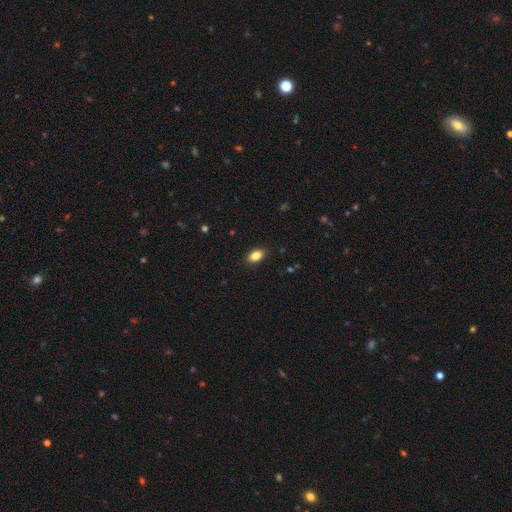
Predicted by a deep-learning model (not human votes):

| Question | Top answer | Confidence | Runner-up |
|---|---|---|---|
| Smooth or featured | smooth | 86% | star or artifact (8%) |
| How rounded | in between | 88% | round (9%) |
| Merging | none | 88% | minor disturbance (9%) |